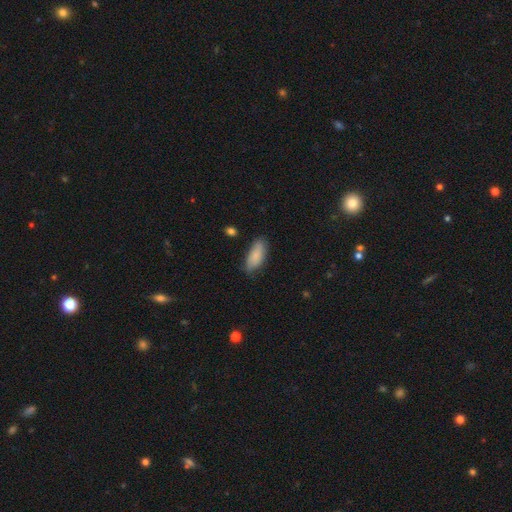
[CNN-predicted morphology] Smooth or featured?
  - smooth: 84% *
  - featured or disk: 10%
  - star or artifact: 6%
How rounded?
  - in between: 81% *
  - cigar-shaped: 17%
  - round: 2%
Merging?
  - none: 74% *
  - minor disturbance: 20%
  - major disturbance: 4%
  - merger: 2%